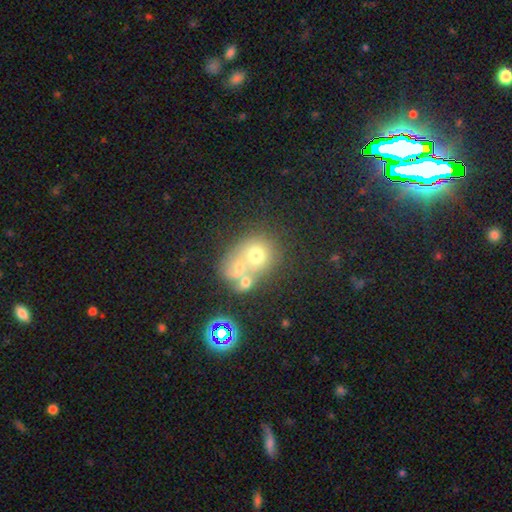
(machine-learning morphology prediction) type=smooth (57%); roundness=round (70%); merging=merger (57%).